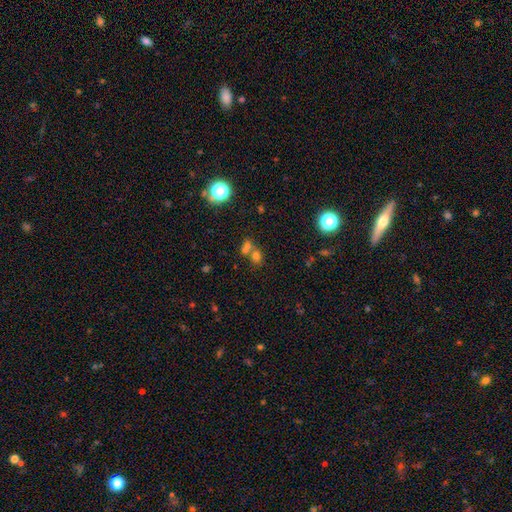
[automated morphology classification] smooth_or_featured: smooth (p=0.53) [alt: star or artifact p=0.34]
how_rounded: round (p=0.72) [alt: in between p=0.26]
merging: merger (p=0.45) [alt: none p=0.44]